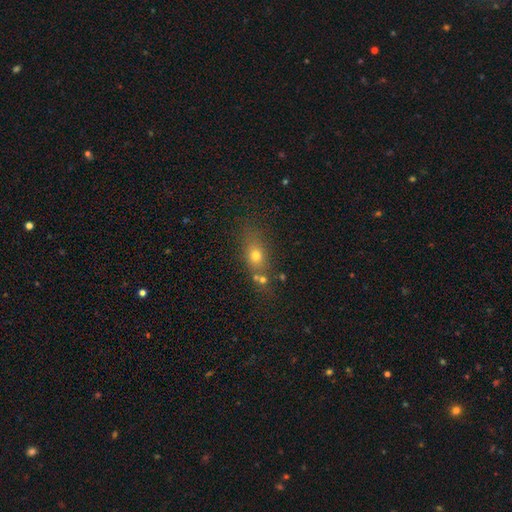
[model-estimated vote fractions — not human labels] A smooth galaxy with no disk features (63%) that is in between round and cigar-shaped (50%).

Vote fractions:
- Smooth or featured? smooth: 63% / featured or disk: 19% / star or artifact: 17%
- How rounded? in between: 50% / round: 37% / cigar-shaped: 13%
- Merging? none: 52% / merger: 27% / minor disturbance: 14% / major disturbance: 7%